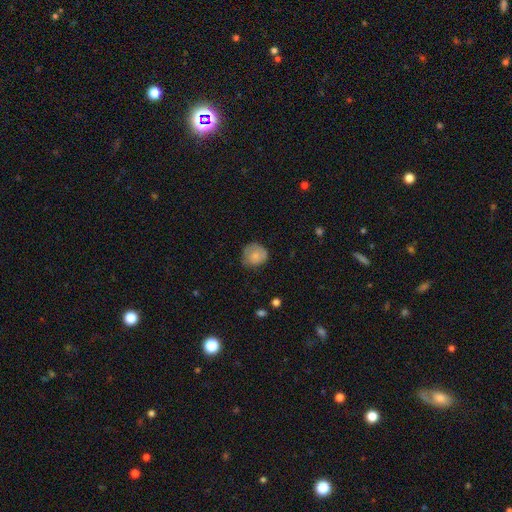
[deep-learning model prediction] Morphology: type=smooth (70%); roundness=round (82%); merging=none (61%).